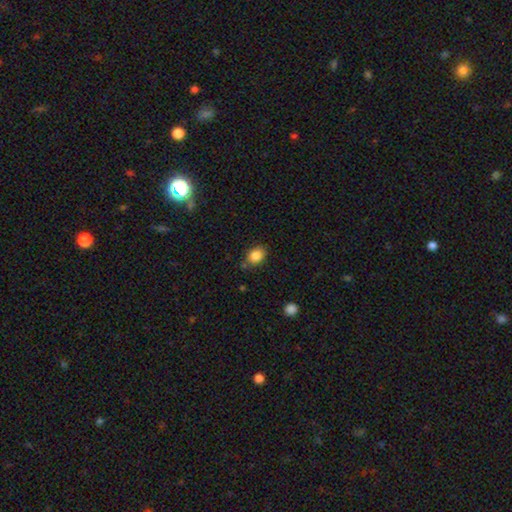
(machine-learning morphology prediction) Smooth or featured: smooth — 86% (star or artifact — 9%)
How rounded: in between — 56% (round — 43%)
Merging: none — 77% (minor disturbance — 16%)